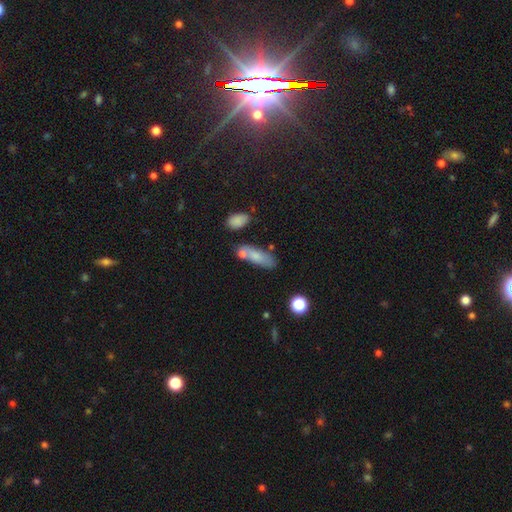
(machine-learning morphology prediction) smooth_or_featured: smooth (p=0.75) [alt: featured or disk p=0.17]
how_rounded: in between (p=0.54) [alt: cigar-shaped p=0.42]
merging: none (p=0.58) [alt: merger p=0.20]